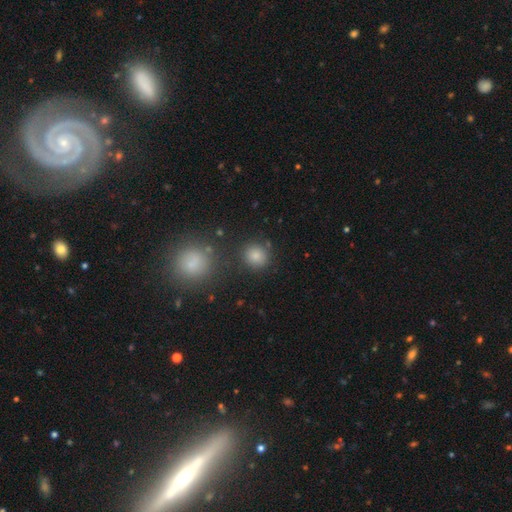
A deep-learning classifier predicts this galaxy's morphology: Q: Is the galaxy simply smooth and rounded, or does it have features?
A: smooth — 83%.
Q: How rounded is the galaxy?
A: round — 86%.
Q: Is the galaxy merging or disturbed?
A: none — 81%.